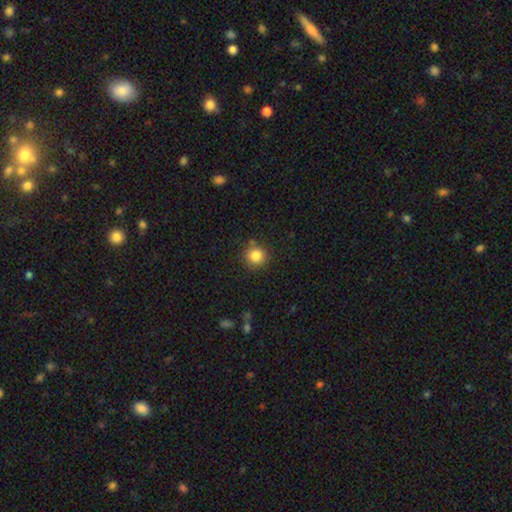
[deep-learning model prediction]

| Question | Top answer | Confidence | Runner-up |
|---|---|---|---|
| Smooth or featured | smooth | 84% | star or artifact (11%) |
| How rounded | round | 93% | in between (6%) |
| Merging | none | 84% | minor disturbance (10%) |